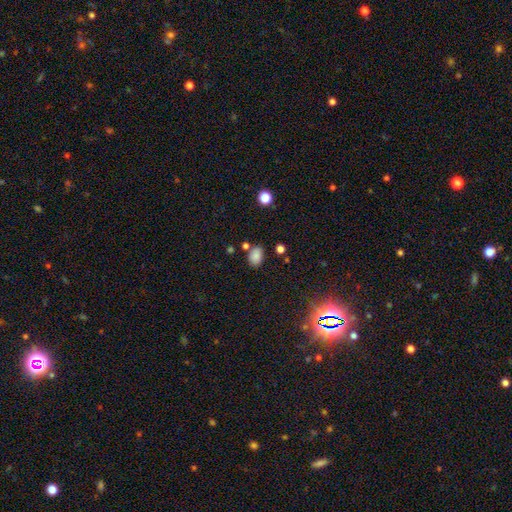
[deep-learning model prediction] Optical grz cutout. It shows a smooth galaxy with no disk features (81%) that is in between round and cigar-shaped (78%). Merging: none (70%).